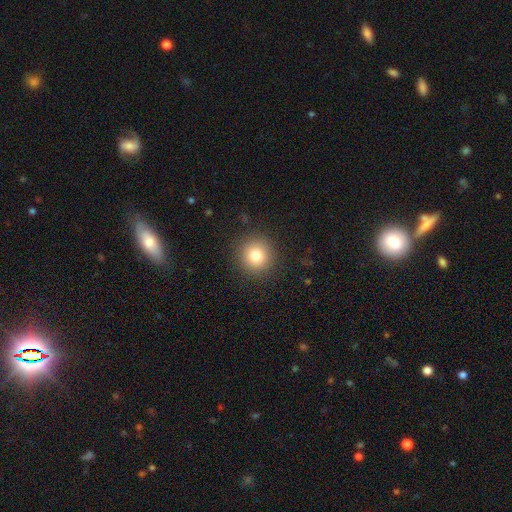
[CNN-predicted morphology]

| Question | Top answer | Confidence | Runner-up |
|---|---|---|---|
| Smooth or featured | smooth | 80% | star or artifact (12%) |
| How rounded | round | 94% | in between (5%) |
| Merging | none | 90% | minor disturbance (6%) |